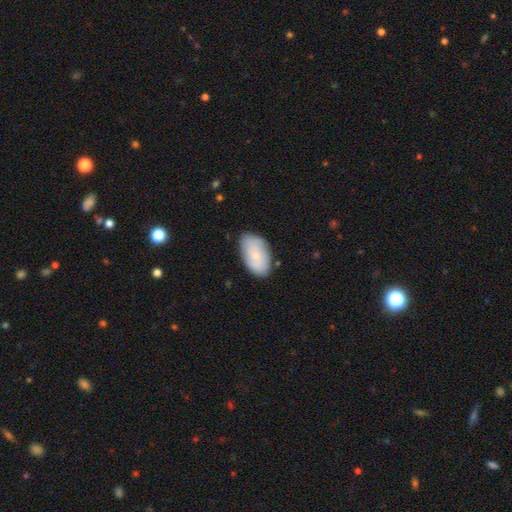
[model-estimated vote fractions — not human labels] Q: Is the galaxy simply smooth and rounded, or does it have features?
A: smooth — 59%.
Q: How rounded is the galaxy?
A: in between — 93%.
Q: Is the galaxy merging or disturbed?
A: none — 78%.